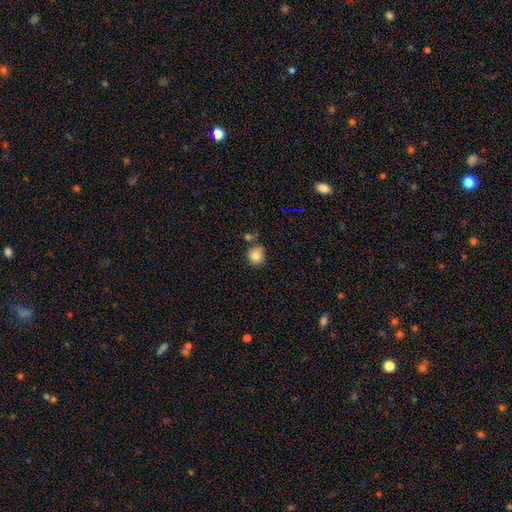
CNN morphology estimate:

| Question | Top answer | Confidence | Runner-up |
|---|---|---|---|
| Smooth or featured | smooth | 81% | star or artifact (11%) |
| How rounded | round | 85% | in between (14%) |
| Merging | none | 64% | minor disturbance (18%) |